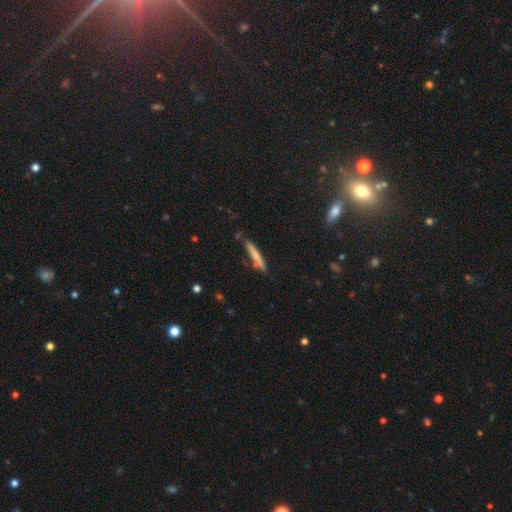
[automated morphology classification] Q: Smooth or featured?
A: smooth (69%); runner-up: featured or disk (25%)
Q: How rounded?
A: cigar-shaped (93%); runner-up: in between (5%)
Q: Merging?
A: none (78%); runner-up: minor disturbance (15%)